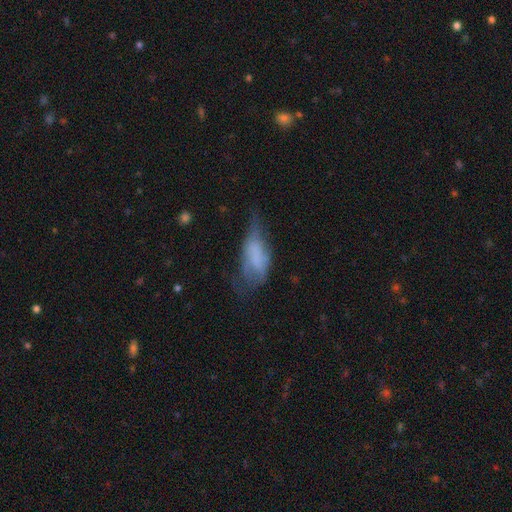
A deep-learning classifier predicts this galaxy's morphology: A smooth galaxy with no disk features (53%) that is in between round and cigar-shaped (79%). Merging: major disturbance (40%).